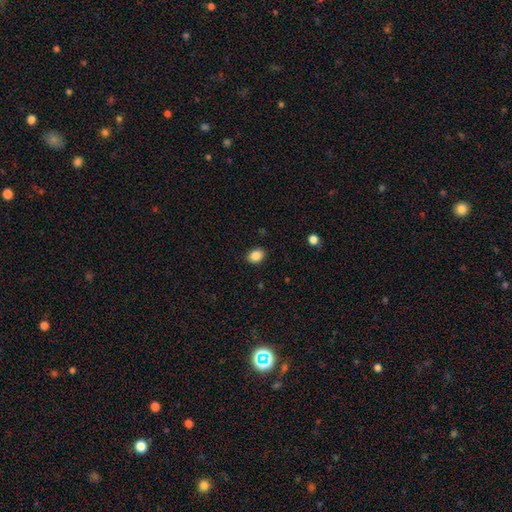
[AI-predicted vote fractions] smooth 87%, star or artifact 9%, featured or disk 4%. Down the decision tree: how rounded — in between (63%); merging — none (88%).